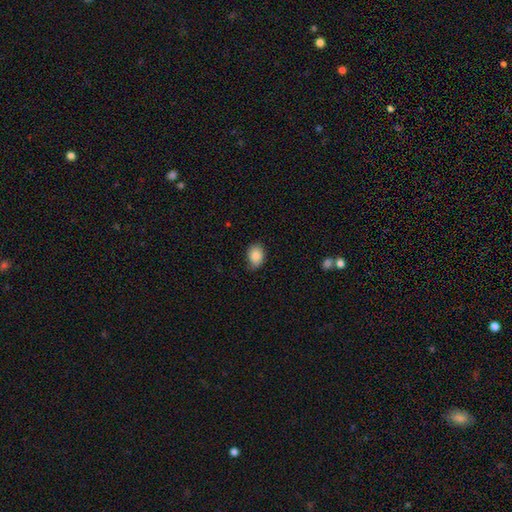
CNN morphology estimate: Overall: smooth (86%). How rounded: in between (70%). Merging: none (72%).